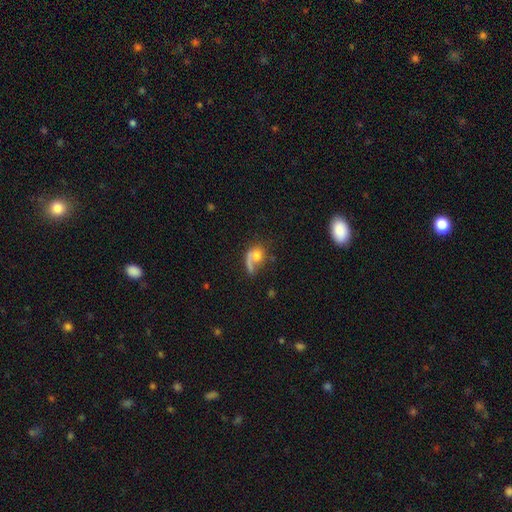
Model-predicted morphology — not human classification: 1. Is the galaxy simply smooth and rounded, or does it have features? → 50% smooth, 39% featured or disk, 11% star or artifact.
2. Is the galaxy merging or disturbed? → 36% none, 32% major disturbance, 17% minor disturbance, 15% merger.